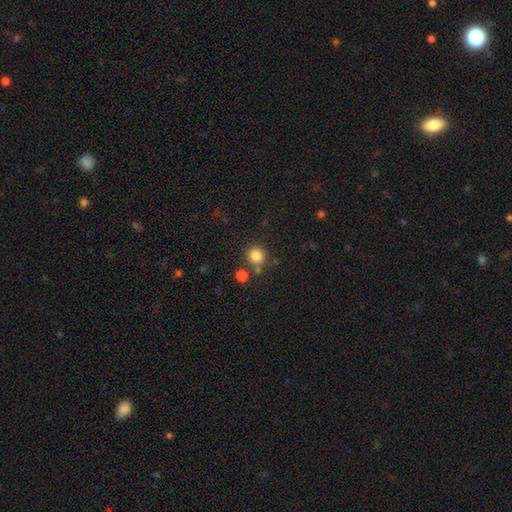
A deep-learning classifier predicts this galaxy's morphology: A smooth galaxy with no disk features (84%) that is round (91%). Merging: none (78%).